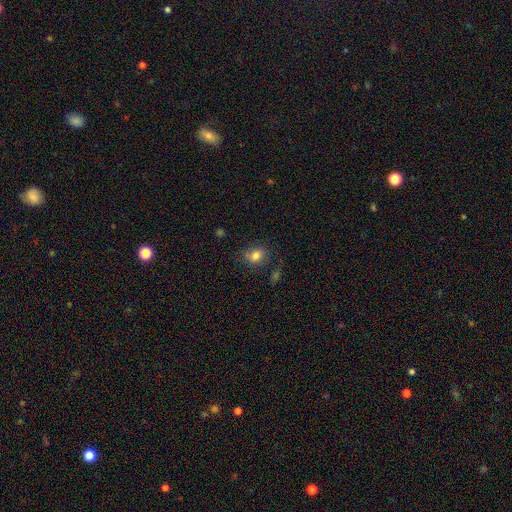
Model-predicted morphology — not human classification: This is likely a smooth galaxy (80%). How rounded: possibly round (53%). Merging: likely none (71%).